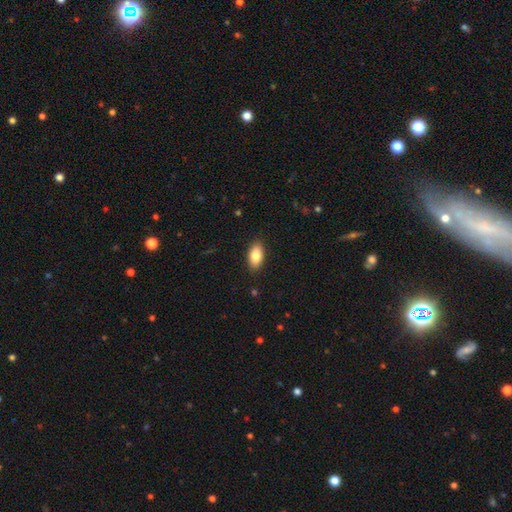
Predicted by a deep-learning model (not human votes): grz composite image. It shows a smooth galaxy with no disk features (83%) that is in between round and cigar-shaped (92%). Merging: none (88%).